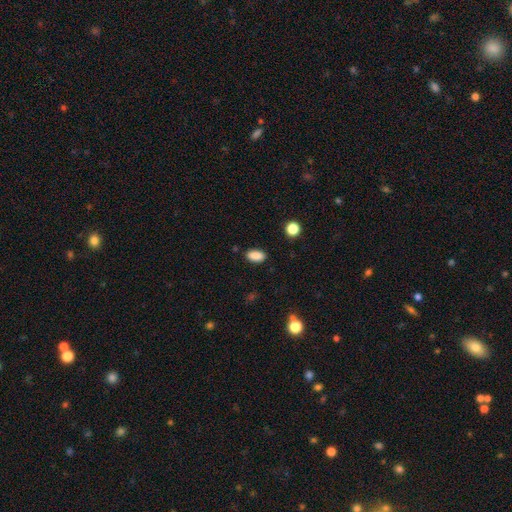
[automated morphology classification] This is clearly a smooth galaxy (88%). How rounded: clearly in between (90%). Merging: clearly none (87%).